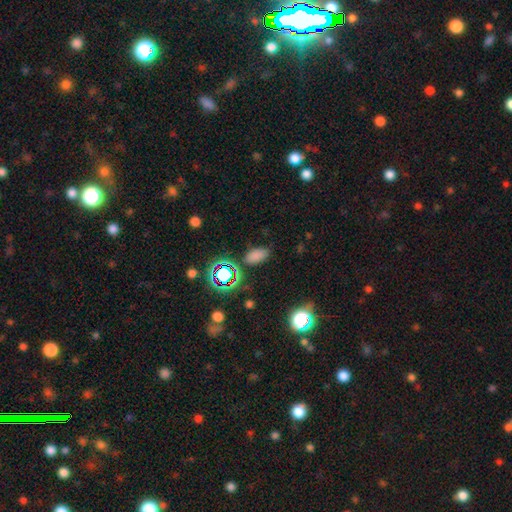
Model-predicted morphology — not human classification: Q: Smooth or featured?
A: smooth (70%); runner-up: star or artifact (23%)
Q: How rounded?
A: in between (90%); runner-up: round (6%)
Q: Merging?
A: none (77%); runner-up: minor disturbance (15%)